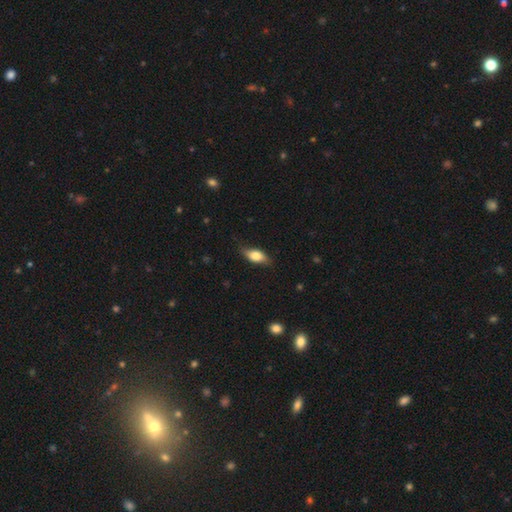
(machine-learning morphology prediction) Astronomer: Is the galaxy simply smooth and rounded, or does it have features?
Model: smooth — 73%.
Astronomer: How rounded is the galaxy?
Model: in between — 83%.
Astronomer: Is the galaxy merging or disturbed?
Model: none — 77%.